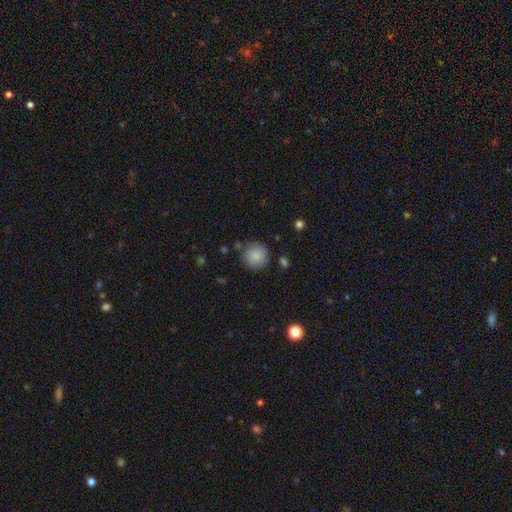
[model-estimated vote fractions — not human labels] Smooth or featured?
  - smooth: 87% *
  - star or artifact: 8%
  - featured or disk: 5%
How rounded?
  - round: 94% *
  - in between: 5%
  - cigar-shaped: 1%
Merging?
  - none: 84% *
  - minor disturbance: 10%
  - merger: 3%
  - major disturbance: 3%